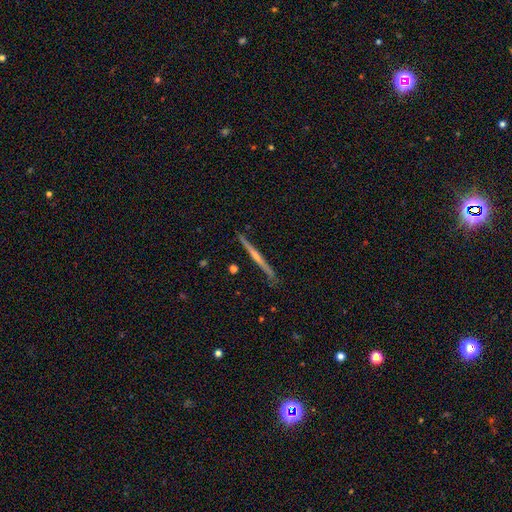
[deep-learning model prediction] A featured or disk galaxy (74%) viewed edge-on (98%) with a rounded central bulge (60%). Merging: none (89%).